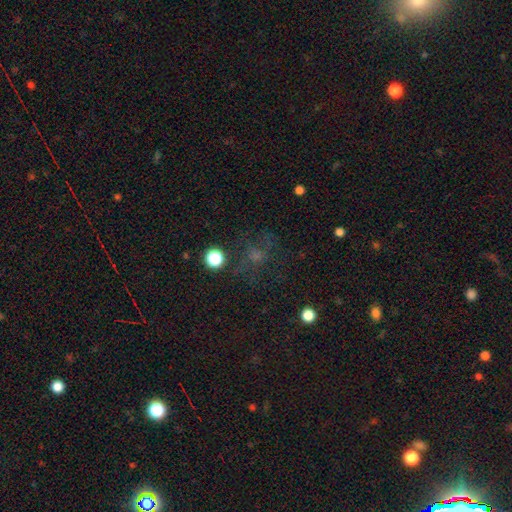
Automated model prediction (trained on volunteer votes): A smooth galaxy with no disk features (44%).

Vote fractions:
- Smooth or featured? smooth: 44% / star or artifact: 35% / featured or disk: 21%
- Merging? none: 65% / major disturbance: 16% / minor disturbance: 15% / merger: 4%